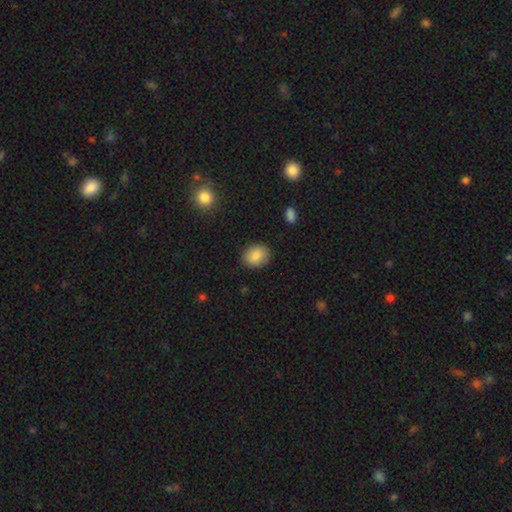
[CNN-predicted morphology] smooth_or_featured: smooth (p=0.86) [alt: star or artifact p=0.08]
how_rounded: in between (p=0.55) [alt: round p=0.44]
merging: none (p=0.85) [alt: minor disturbance p=0.11]